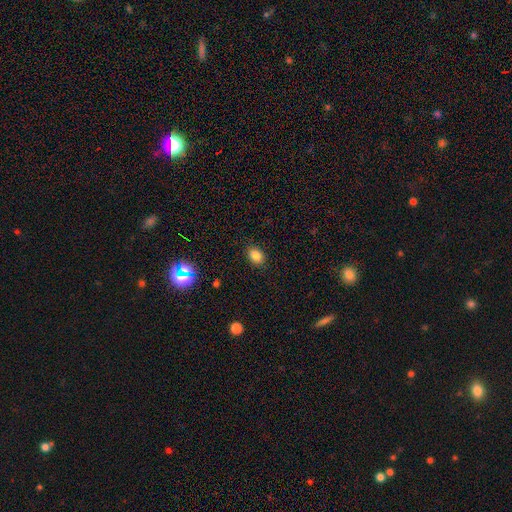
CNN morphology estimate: Smooth or featured: smooth — 82% (star or artifact — 13%)
How rounded: in between — 72% (round — 27%)
Merging: none — 87% (minor disturbance — 9%)